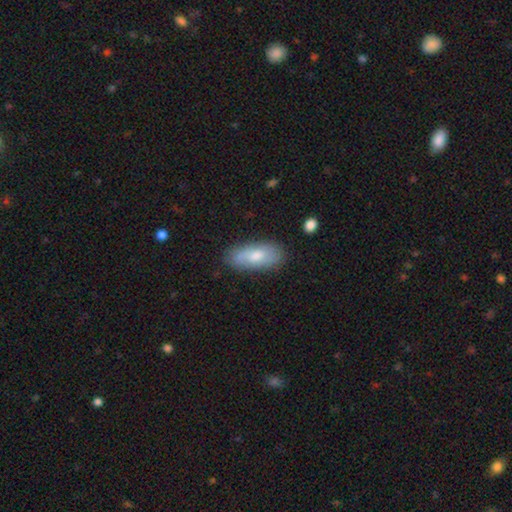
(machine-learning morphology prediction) Smooth or featured? smooth (71%)
How rounded? in between (82%)
Merging? none (77%)